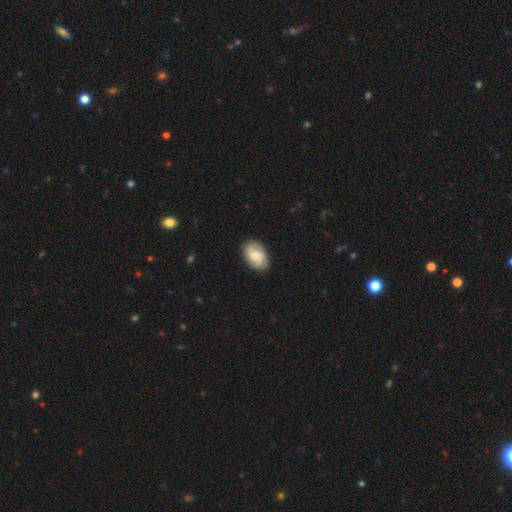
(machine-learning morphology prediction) type=smooth (58%); roundness=in between (88%); merging=none (85%).